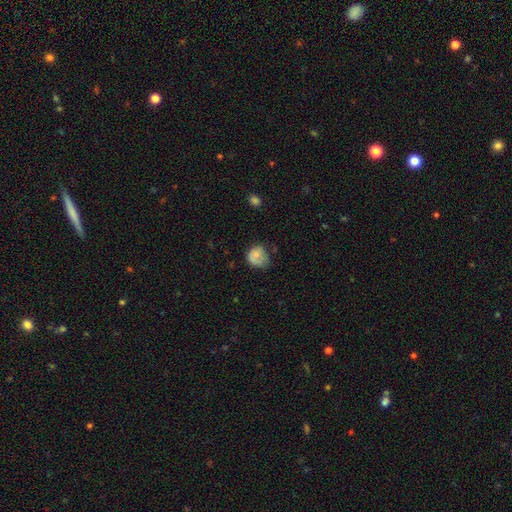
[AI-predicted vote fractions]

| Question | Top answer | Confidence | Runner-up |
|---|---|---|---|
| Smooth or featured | smooth | 70% | featured or disk (21%) |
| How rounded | round | 63% | in between (36%) |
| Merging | none | 41% | minor disturbance (33%) |